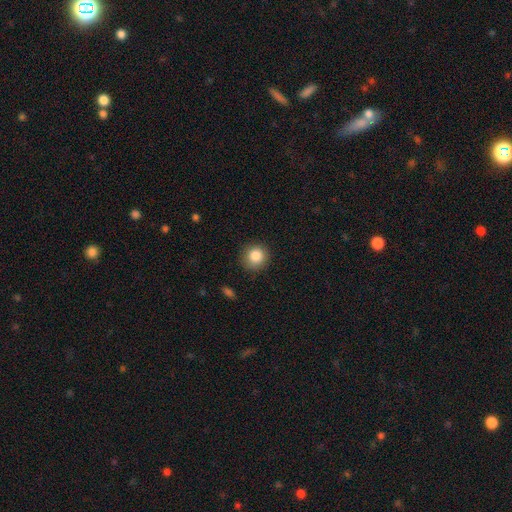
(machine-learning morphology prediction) Smooth or featured? Predicted: smooth (p=0.85). How rounded? Predicted: round (p=0.91). Merging? Predicted: none (p=0.87).